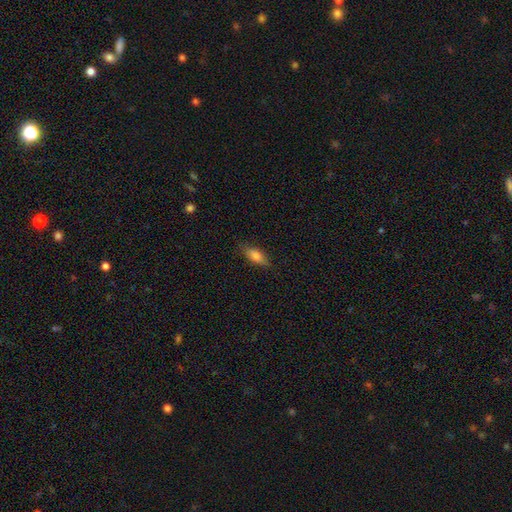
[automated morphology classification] Overall: smooth (77%). How rounded: in between (69%; cigar-shaped 29%). Merging: none (80%).